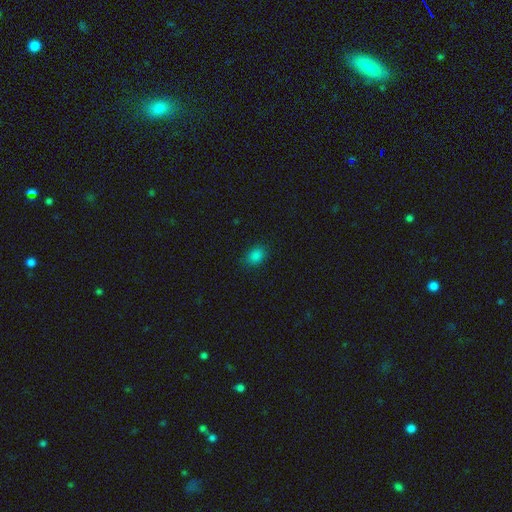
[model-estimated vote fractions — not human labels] The model was most divided on "how rounded": in between: 67%, round: 32%, cigar-shaped: 1%. More confident: smooth or featured — smooth (83%); merging — none (82%).